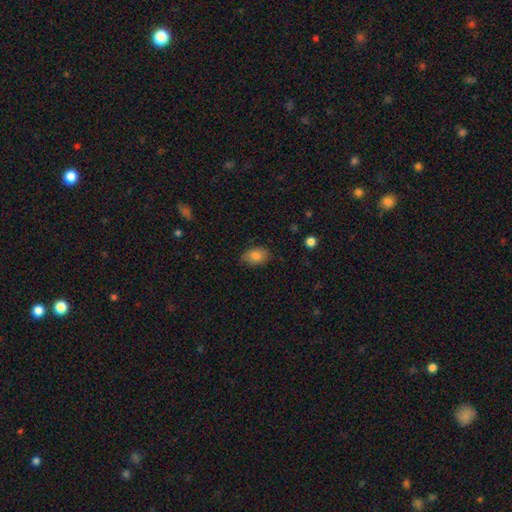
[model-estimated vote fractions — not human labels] A smooth galaxy with no disk features (84%) that is in between round and cigar-shaped (84%).

Vote fractions:
- Smooth or featured? smooth: 84% / star or artifact: 8% / featured or disk: 8%
- How rounded? in between: 84% / round: 15% / cigar-shaped: 1%
- Merging? none: 79% / minor disturbance: 17% / major disturbance: 3% / merger: 1%